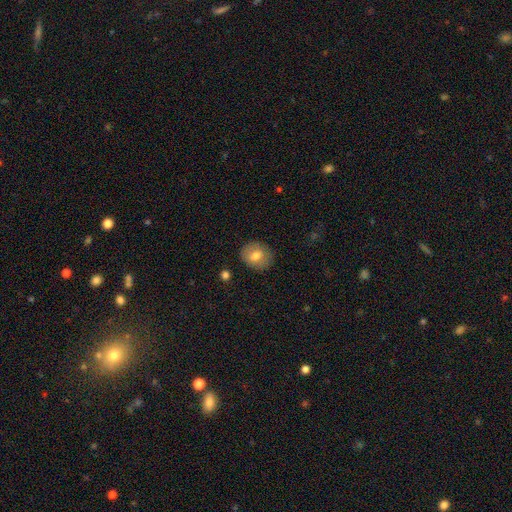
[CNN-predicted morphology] A smooth galaxy with no disk features (72%) that is round (64%). Merging: none (86%).